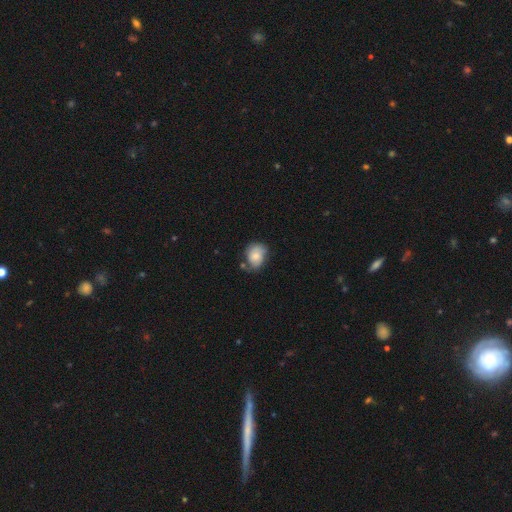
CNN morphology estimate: Smooth or featured? Predicted: smooth (p=0.65). How rounded? Predicted: in between (p=0.51). Merging? Predicted: none (p=0.52).